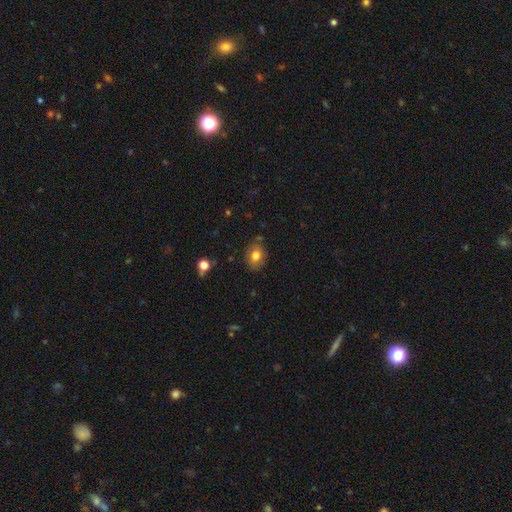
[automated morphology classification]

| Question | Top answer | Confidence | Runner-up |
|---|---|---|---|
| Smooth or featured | smooth | 78% | featured or disk (12%) |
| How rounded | in between | 63% | round (36%) |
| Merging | none | 81% | minor disturbance (14%) |